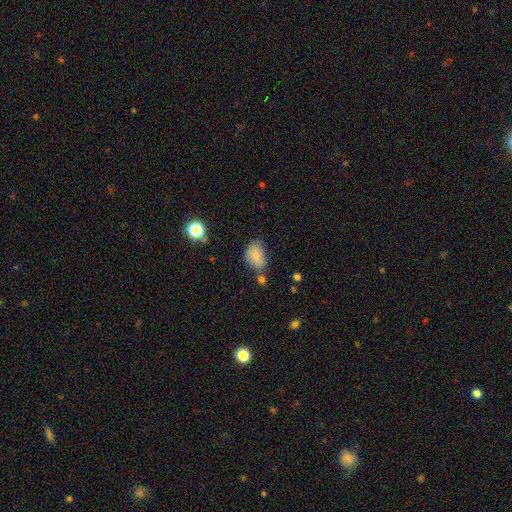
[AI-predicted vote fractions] This is clearly a smooth galaxy (81%). How rounded: clearly in between (82%). Merging: possibly none (52%).